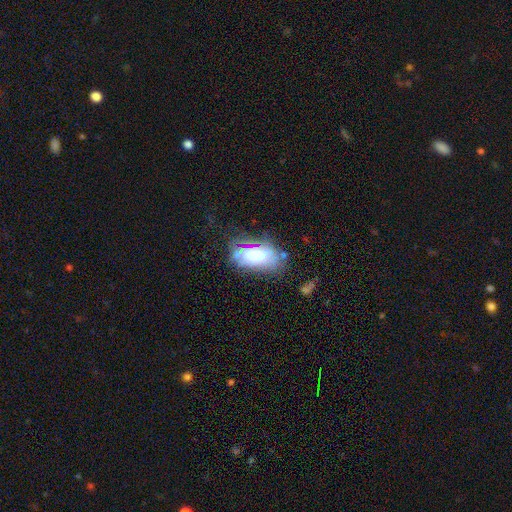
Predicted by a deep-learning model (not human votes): smooth 45%, featured or disk 44%, star or artifact 11%. Down the decision tree: merging — none (52%).